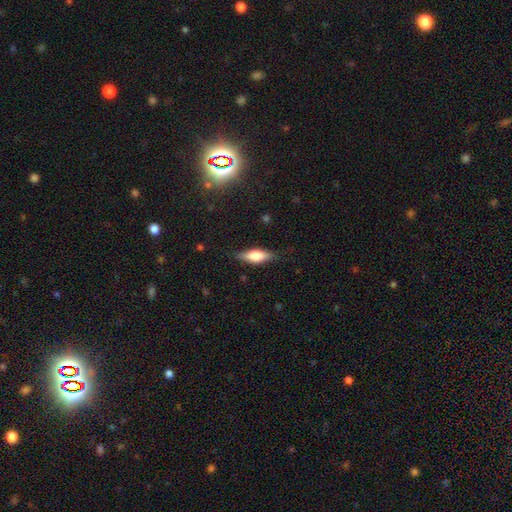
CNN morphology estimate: Overall: smooth (62%; featured or disk 31%). How rounded: in between (61%; cigar-shaped 36%). Merging: none (82%).